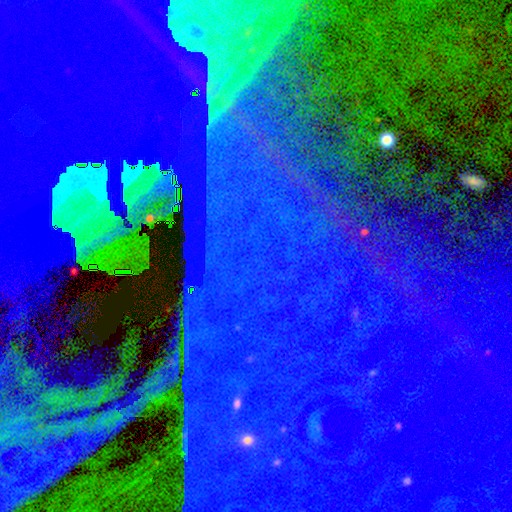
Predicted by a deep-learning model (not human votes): Smooth or featured: star or artifact — 87% (featured or disk — 7%)